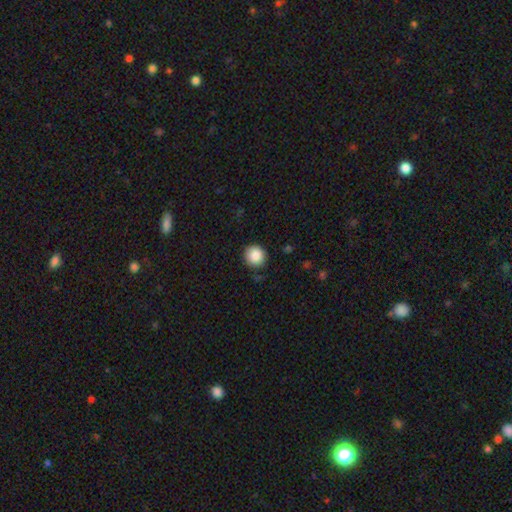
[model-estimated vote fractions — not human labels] This is clearly a smooth galaxy (87%). How rounded: clearly round (91%). Merging: clearly none (87%).